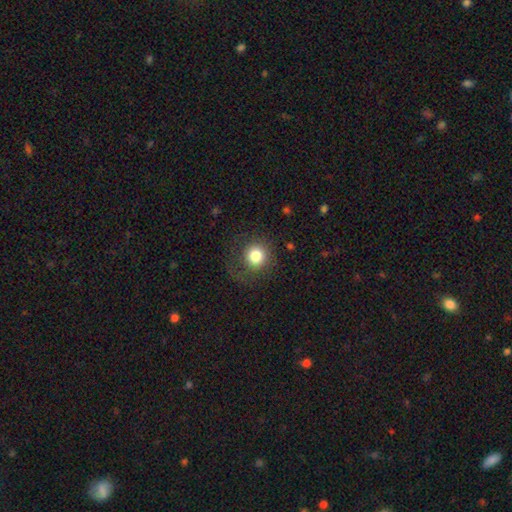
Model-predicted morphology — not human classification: Overall: smooth (80%). How rounded: round (92%). Merging: none (75%).